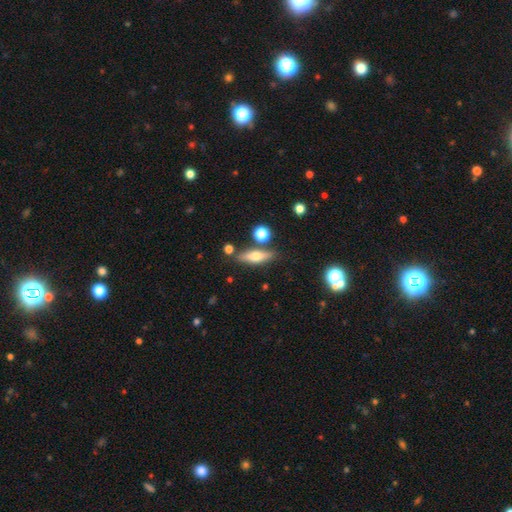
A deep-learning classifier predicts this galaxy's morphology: Smooth or featured?
  - smooth: 51% *
  - featured or disk: 41%
  - star or artifact: 8%
How rounded?
  - cigar-shaped: 58% *
  - in between: 37%
  - round: 5%
Merging?
  - none: 78% *
  - minor disturbance: 11%
  - merger: 8%
  - major disturbance: 3%